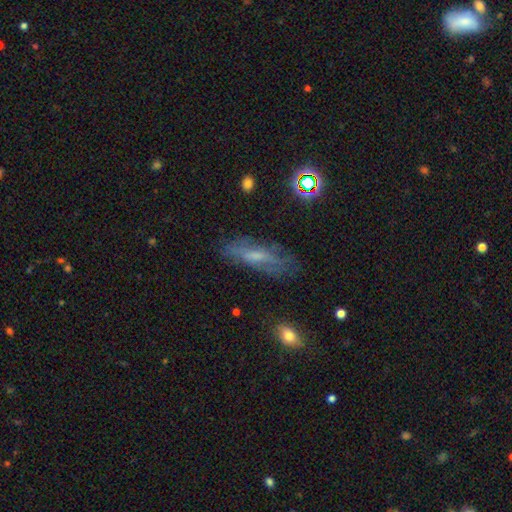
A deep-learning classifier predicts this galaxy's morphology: featured or disk 48%, smooth 40%, star or artifact 13%. Down the decision tree: merging — none (70%).